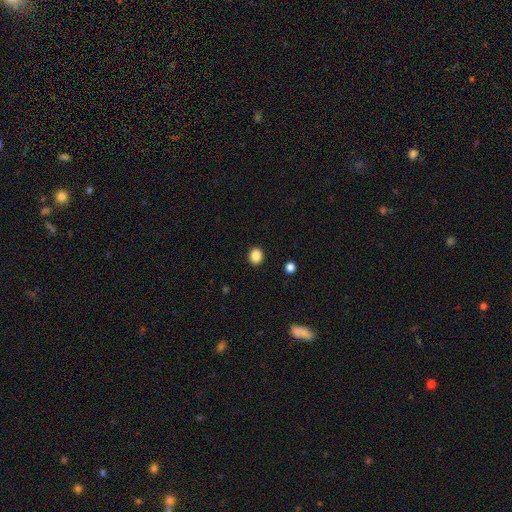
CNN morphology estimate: smooth_or_featured: smooth (p=0.87) [alt: star or artifact p=0.10]
how_rounded: round (p=0.69) [alt: in between p=0.31]
merging: none (p=0.91) [alt: minor disturbance p=0.06]